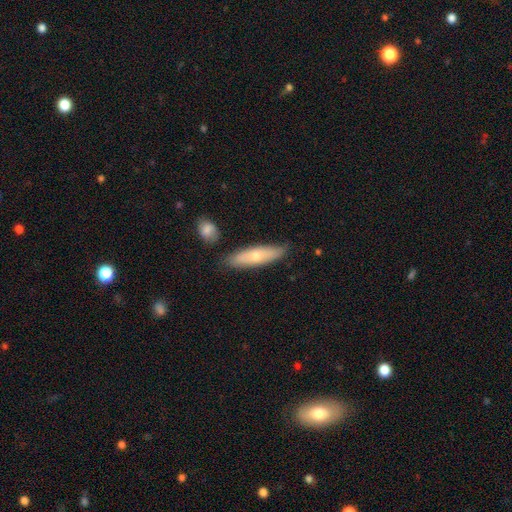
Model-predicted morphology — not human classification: The model was most divided on "smooth or featured": smooth: 61%, featured or disk: 33%, star or artifact: 6%. More confident: merging — none (79%); how rounded — cigar-shaped (64%).